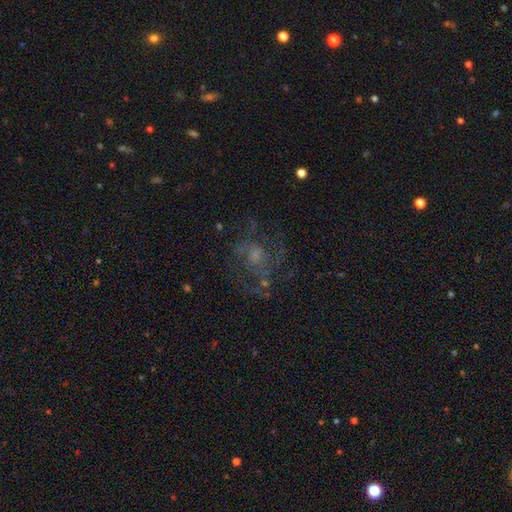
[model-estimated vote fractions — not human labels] A featured or disk galaxy (67%) with no bar (71%), spiral arms (77%) and a moderate central bulge (37%, tied with small).

Vote fractions:
- Smooth or featured? featured or disk: 67% / smooth: 18% / star or artifact: 16%
- Edge-on disk? no: 97% / yes: 3%
- Bar? no: 71% / weak: 25% / strong: 4%
- Spiral arms? yes: 77% / no: 23%
- Bulge size? moderate: 37% (tied) / small: 37% (tied) / none: 18% / large: 6% / dominant: 2%
- Merging? none: 59% / major disturbance: 22% / minor disturbance: 16% / merger: 3%